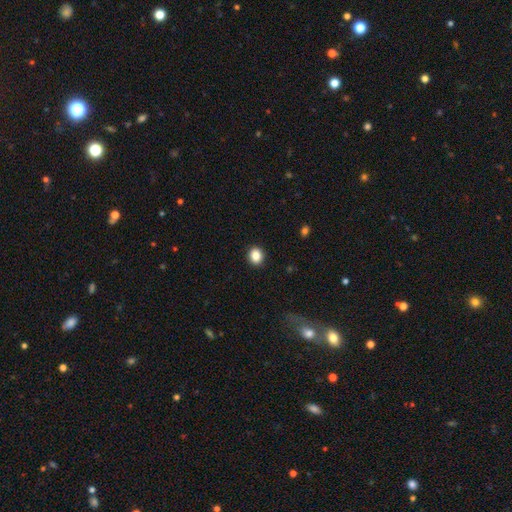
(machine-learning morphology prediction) Smooth or featured? smooth (85%)
How rounded? round (70%)
Merging? none (91%)